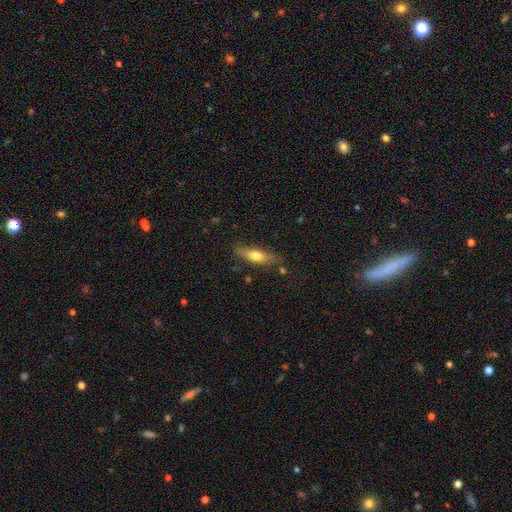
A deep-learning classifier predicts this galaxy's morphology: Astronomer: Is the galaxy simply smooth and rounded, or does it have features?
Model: smooth — 63%.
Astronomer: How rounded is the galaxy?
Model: cigar-shaped — 51% (runner-up: in between, 46%).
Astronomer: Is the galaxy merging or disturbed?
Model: none — 75%.